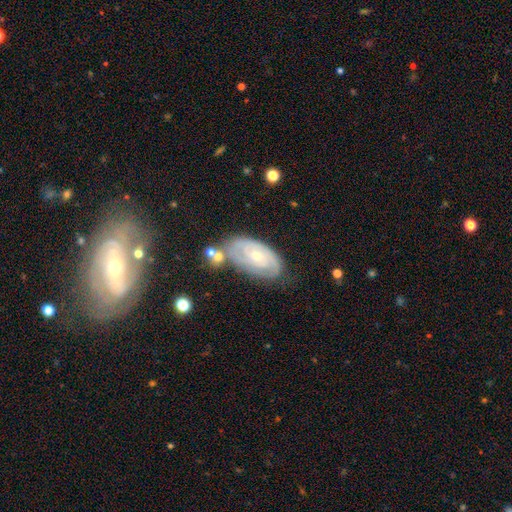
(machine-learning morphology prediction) Smooth or featured: featured or disk — 70% (smooth — 22%)
Edge-on disk: no — 93% (yes — 7%)
Bar: no — 70% (weak — 25%)
Spiral arms: yes — 82% (no — 18%)
Spiral winding: tight — 69% (medium — 23%)
Spiral arm count: can't tell — 46% (2 — 34%)
Bulge size: small — 59% (moderate — 37%)
Merging: none — 58% (minor disturbance — 24%)